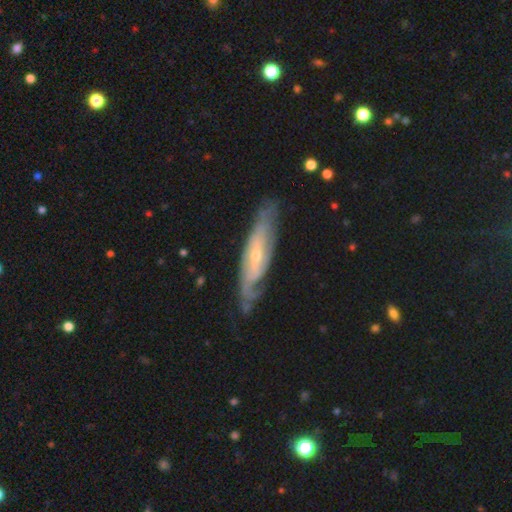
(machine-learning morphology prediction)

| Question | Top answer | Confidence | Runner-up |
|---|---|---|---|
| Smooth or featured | featured or disk | 79% | smooth (16%) |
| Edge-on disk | no | 72% | yes (28%) |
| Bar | no | 48% | weak (35%) |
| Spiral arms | yes | 89% | no (11%) |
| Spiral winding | tight | 50% | medium (36%) |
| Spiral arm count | can't tell | 41% | 2 (40%) |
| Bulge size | small | 67% | moderate (29%) |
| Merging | none | 69% | minor disturbance (21%) |